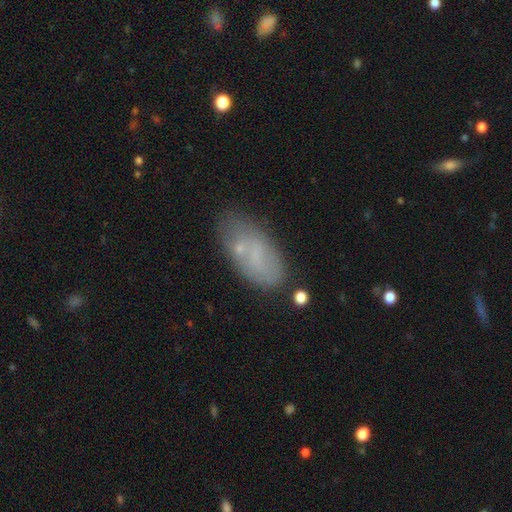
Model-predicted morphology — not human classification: This is possibly a smooth galaxy (59%). How rounded: clearly in between (91%). Merging: likely none (68%).